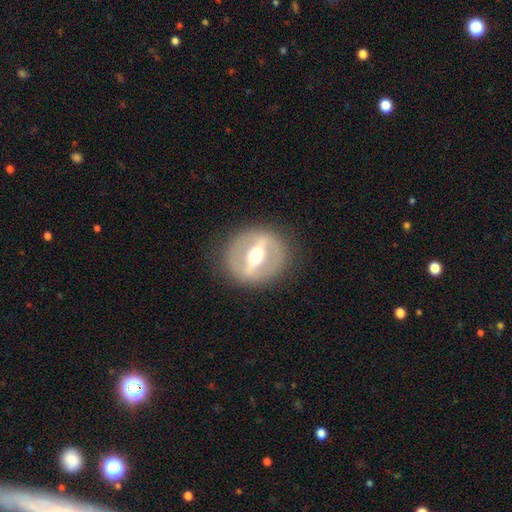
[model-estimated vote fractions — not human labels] The model was most divided on "edge-on disk": no: 76%, yes: 24%. More confident: merging — none (87%); bar — strong (81%); spiral arms — no (79%); smooth or featured — featured or disk (78%); bulge size — moderate (72%).